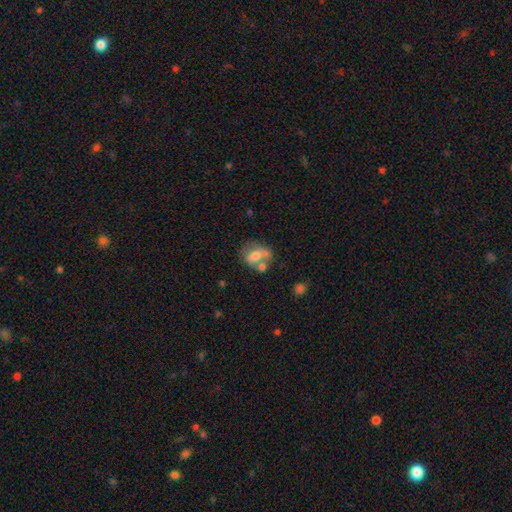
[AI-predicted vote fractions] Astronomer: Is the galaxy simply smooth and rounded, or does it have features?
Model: smooth — 60%.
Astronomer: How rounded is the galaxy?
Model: in between — 64%.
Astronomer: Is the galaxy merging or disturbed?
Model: none — 34% (runner-up: merger, 32%).